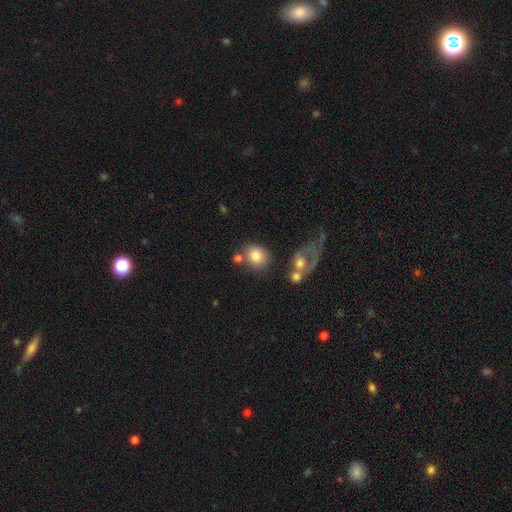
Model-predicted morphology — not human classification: Smooth or featured? Predicted: smooth (p=0.79). How rounded? Predicted: round (p=0.69). Merging? Predicted: none (p=0.58).